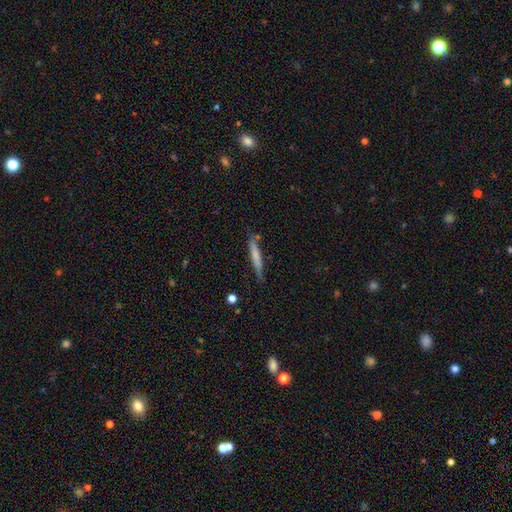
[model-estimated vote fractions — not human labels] Smooth or featured: smooth — 65% (featured or disk — 29%)
How rounded: cigar-shaped — 94% (in between — 5%)
Merging: none — 75% (minor disturbance — 18%)